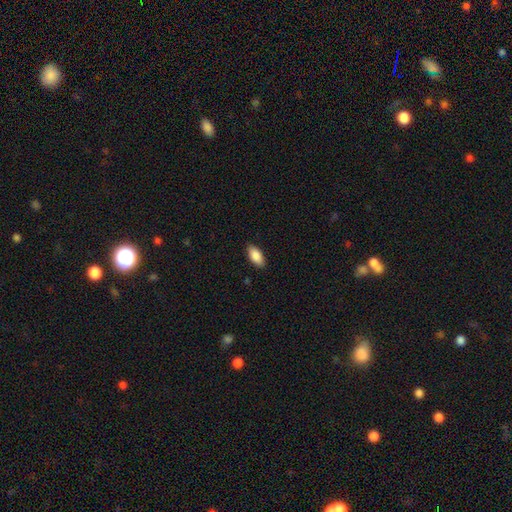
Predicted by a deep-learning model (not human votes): A smooth galaxy with no disk features (88%) that is in between round and cigar-shaped (91%).

Vote fractions:
- Smooth or featured? smooth: 88% / star or artifact: 6% / featured or disk: 6%
- How rounded? in between: 91% / cigar-shaped: 7% / round: 2%
- Merging? none: 88% / minor disturbance: 9% / major disturbance: 2% / merger: 1%